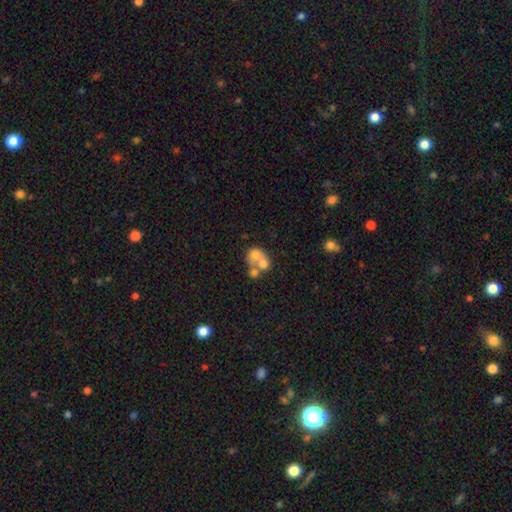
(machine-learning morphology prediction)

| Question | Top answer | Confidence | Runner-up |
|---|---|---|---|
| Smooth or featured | smooth | 52% | featured or disk (37%) |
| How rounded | round | 57% | in between (42%) |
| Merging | merger | 64% | none (20%) |